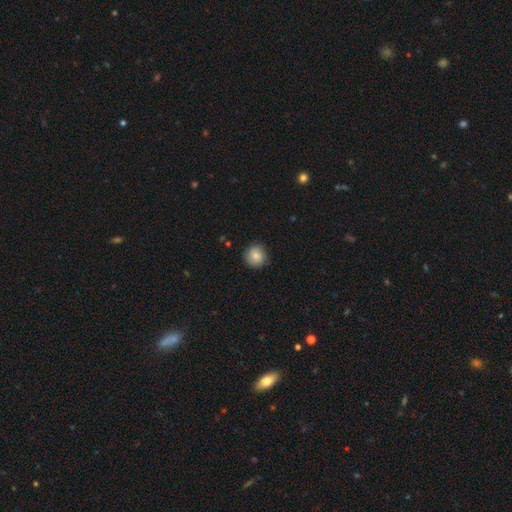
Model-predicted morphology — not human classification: Smooth or featured?
  - smooth: 85% *
  - star or artifact: 8%
  - featured or disk: 7%
How rounded?
  - round: 93% *
  - in between: 6%
  - cigar-shaped: 1%
Merging?
  - none: 87% *
  - minor disturbance: 10%
  - major disturbance: 2%
  - merger: 1%